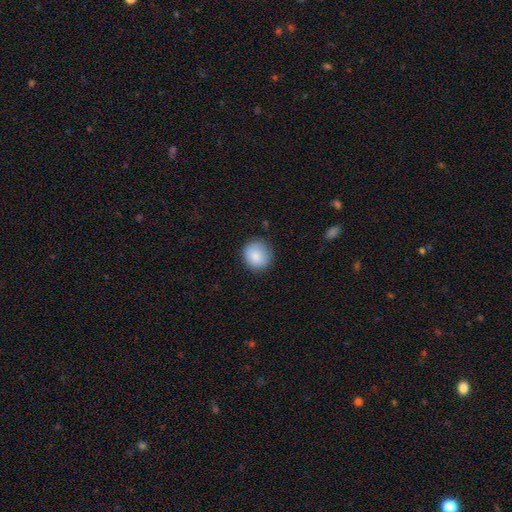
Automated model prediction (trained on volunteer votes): smooth-or-featured: smooth: 86% | star or artifact: 8% | featured or disk: 6%
  how-rounded: round: 85% | in between: 14% | cigar-shaped: 1%
  merging: none: 84% | minor disturbance: 12% | major disturbance: 3% | merger: 1%